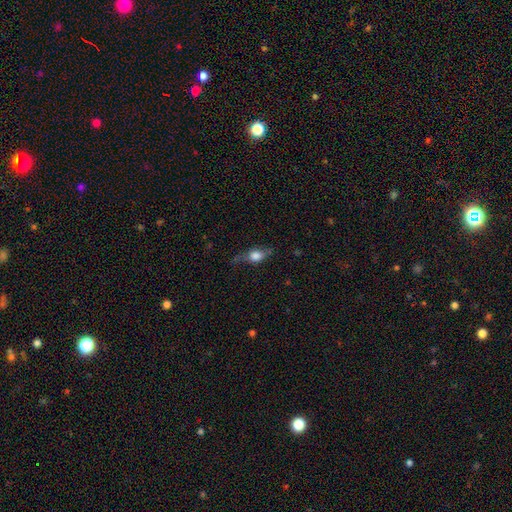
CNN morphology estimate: Smooth or featured?
  - smooth: 59% *
  - featured or disk: 32%
  - star or artifact: 10%
How rounded?
  - in between: 60% *
  - round: 28%
  - cigar-shaped: 13%
Merging?
  - none: 53% *
  - minor disturbance: 28%
  - major disturbance: 16%
  - merger: 2%